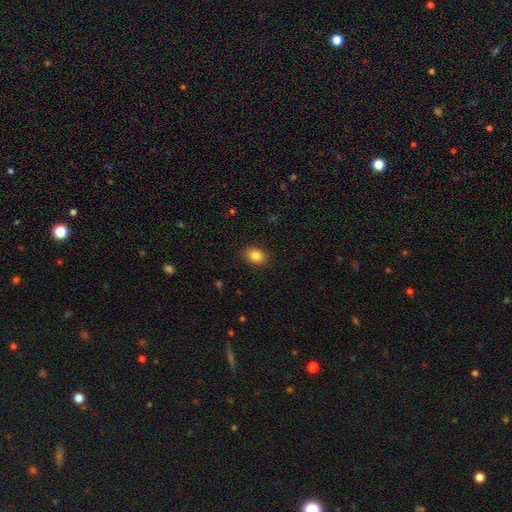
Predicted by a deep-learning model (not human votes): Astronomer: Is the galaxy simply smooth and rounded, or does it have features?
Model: smooth — 86%.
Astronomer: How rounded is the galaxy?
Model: in between — 70%.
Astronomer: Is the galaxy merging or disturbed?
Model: none — 88%.